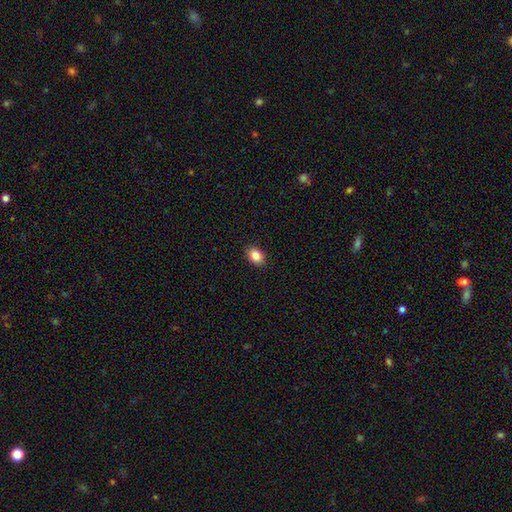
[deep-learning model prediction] smooth_or_featured: smooth (p=0.85) [alt: star or artifact p=0.09]
how_rounded: in between (p=0.73) [alt: round p=0.26]
merging: none (p=0.90) [alt: minor disturbance p=0.07]